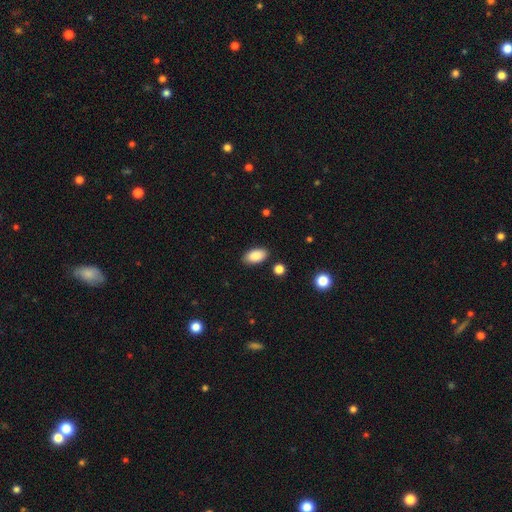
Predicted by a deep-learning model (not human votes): smooth 88%, star or artifact 7%, featured or disk 5%. Down the decision tree: how rounded — in between (94%); merging — none (87%).